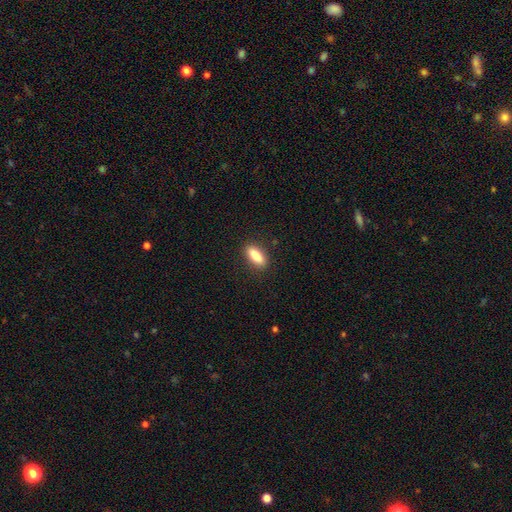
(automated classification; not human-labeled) smooth 85%, featured or disk 8%, star or artifact 7%. Down the decision tree: how rounded — in between (64%); merging — none (88%).